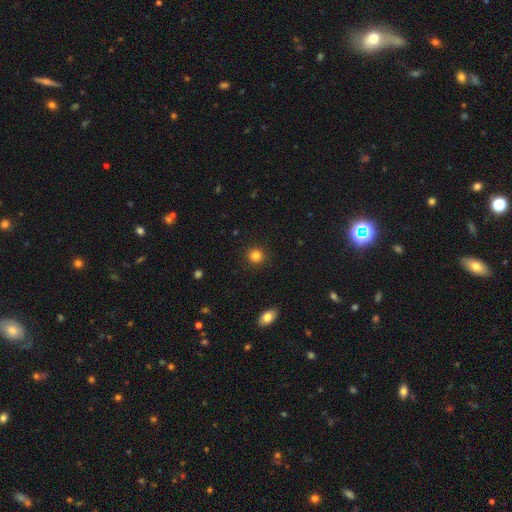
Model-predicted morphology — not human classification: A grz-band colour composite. It shows a smooth galaxy with no disk features (84%) that is round (92%). Merging: none (91%).